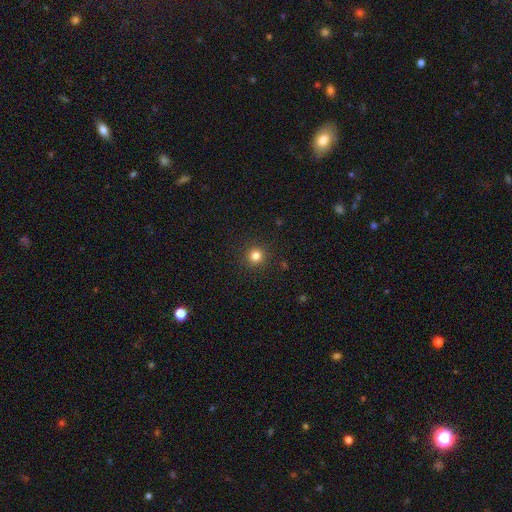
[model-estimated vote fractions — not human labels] This appears to be a smooth galaxy with no disk features (81%) that is round (95%). Merging: none (92%).